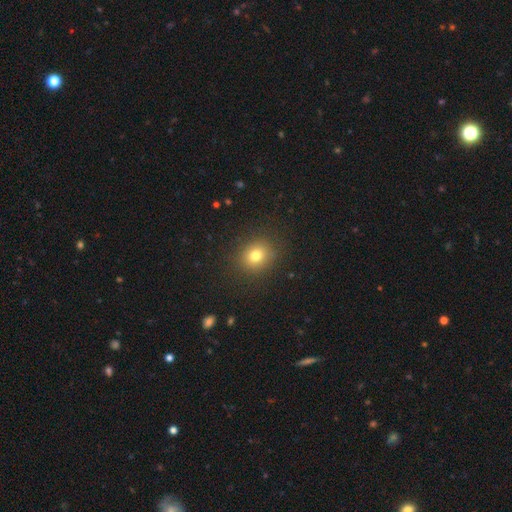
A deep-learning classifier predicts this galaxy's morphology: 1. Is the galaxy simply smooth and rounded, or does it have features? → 78% smooth, 14% star or artifact, 8% featured or disk.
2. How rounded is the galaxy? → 74% round, 25% in between, 1% cigar-shaped.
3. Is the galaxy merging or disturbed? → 88% none, 8% minor disturbance, 3% major disturbance, 1% merger.